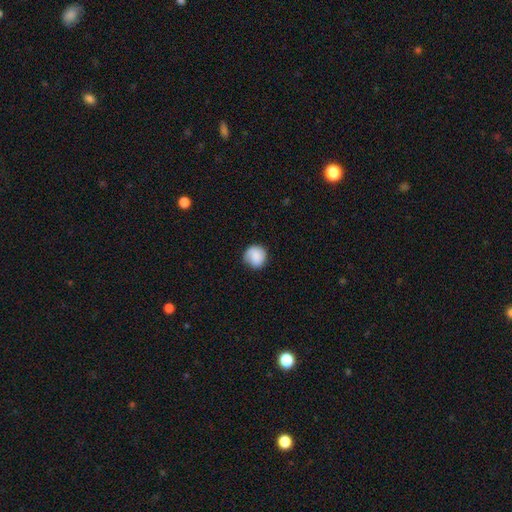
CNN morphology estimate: type=smooth (80%); roundness=round (90%); merging=none (75%).